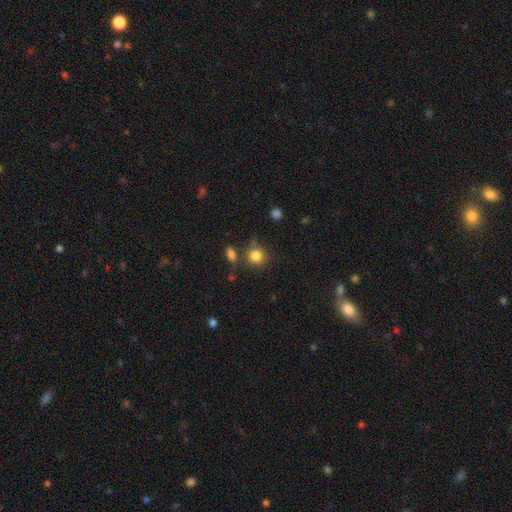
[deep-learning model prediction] Smooth or featured: smooth — 83% (star or artifact — 11%)
How rounded: round — 86% (in between — 13%)
Merging: none — 72% (minor disturbance — 13%)